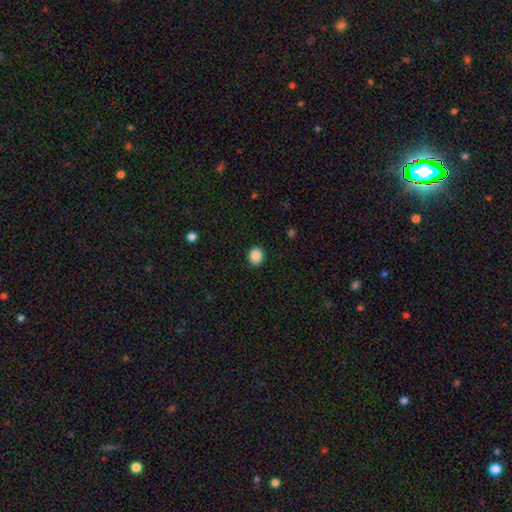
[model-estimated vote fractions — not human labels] Smooth or featured? Predicted: smooth (p=0.88). How rounded? Predicted: round (p=0.60). Merging? Predicted: none (p=0.90).